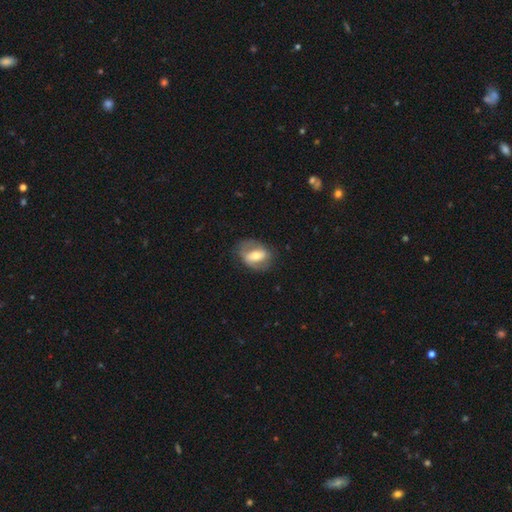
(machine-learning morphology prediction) Smooth or featured: featured or disk — 51% (smooth — 42%)
Edge-on disk: no — 92% (yes — 8%)
Merging: none — 69% (minor disturbance — 20%)